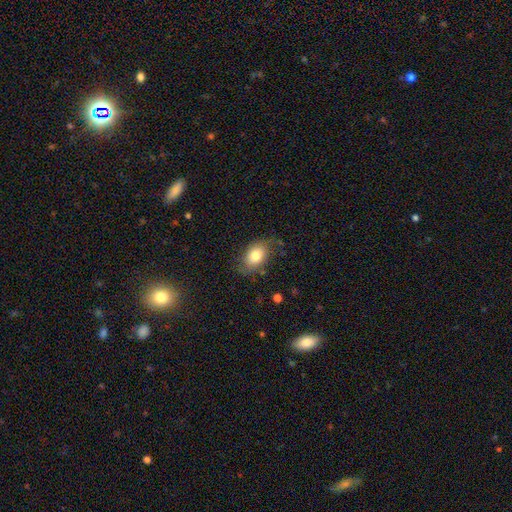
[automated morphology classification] Smooth or featured: smooth — 78% (featured or disk — 14%)
How rounded: in between — 82% (round — 17%)
Merging: none — 73% (minor disturbance — 19%)